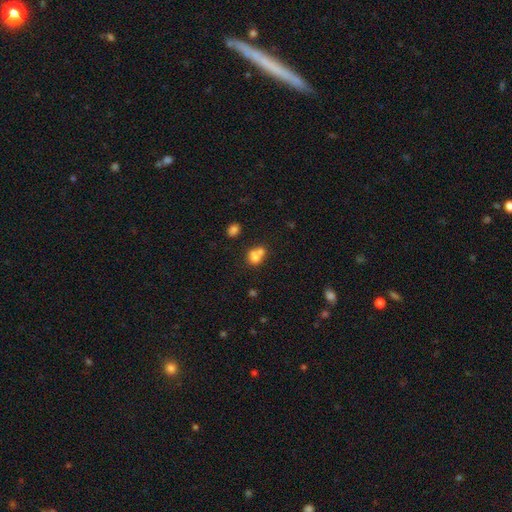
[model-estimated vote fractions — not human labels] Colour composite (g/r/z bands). It shows a smooth galaxy with no disk features (71%) that is round (59%). Merging: merger (59%).